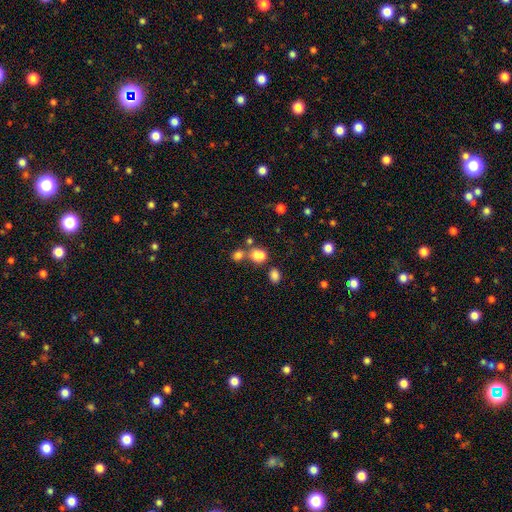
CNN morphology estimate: Smooth or featured? star or artifact (46%)